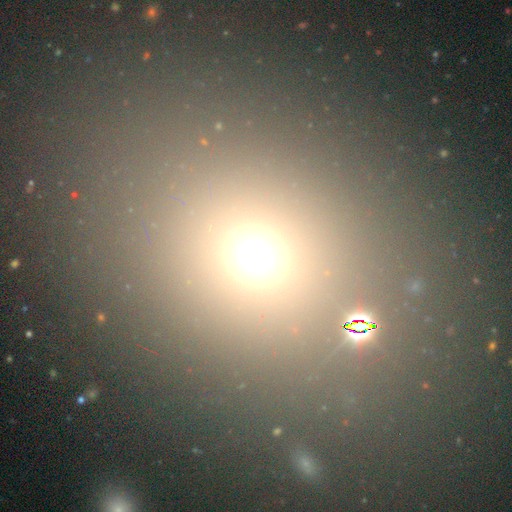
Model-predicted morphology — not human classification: This appears to be a smooth galaxy with no disk features (66%) that is round (74%). Merging: none (74%).